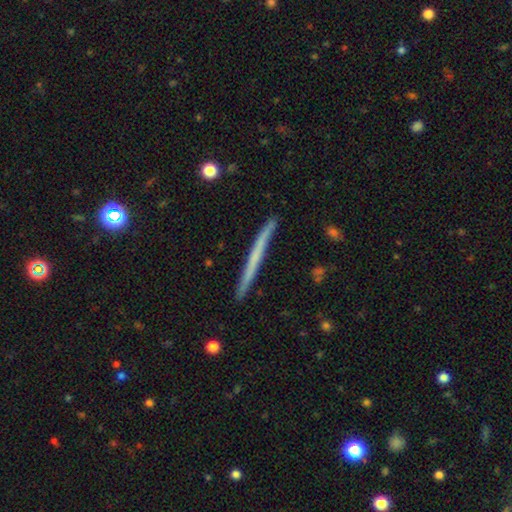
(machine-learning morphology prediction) This is possibly a featured or disk galaxy (51%). It is clearly viewed edge-on (97%). Edge-on bulge: clearly none (87%). Merging: clearly none (92%).